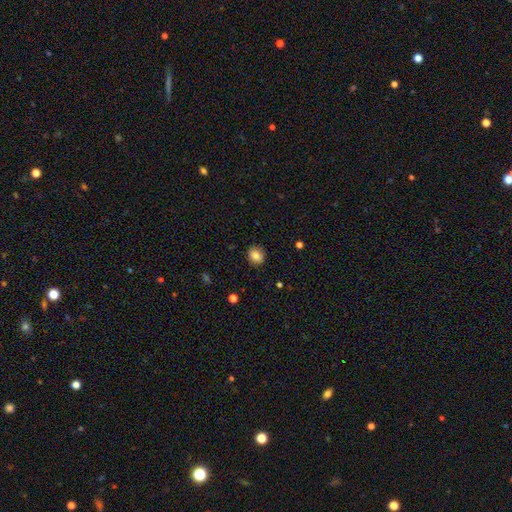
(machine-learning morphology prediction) Q: Smooth or featured?
A: smooth (82%); runner-up: star or artifact (10%)
Q: How rounded?
A: round (71%); runner-up: in between (28%)
Q: Merging?
A: none (89%); runner-up: minor disturbance (8%)